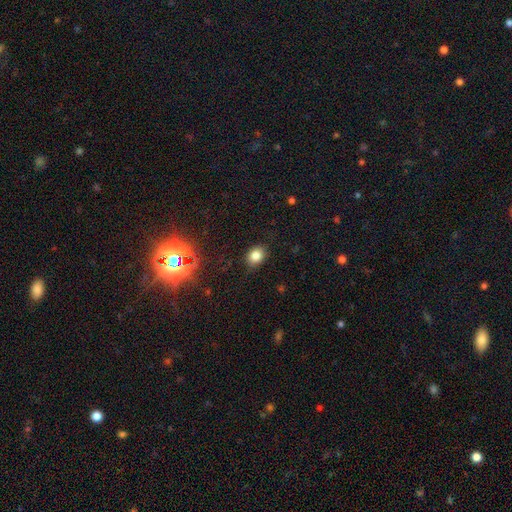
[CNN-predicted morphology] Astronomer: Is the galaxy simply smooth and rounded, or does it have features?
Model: smooth — 80%.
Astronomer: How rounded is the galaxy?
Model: in between — 54% (runner-up: round, 45%).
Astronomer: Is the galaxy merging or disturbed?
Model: none — 83%.